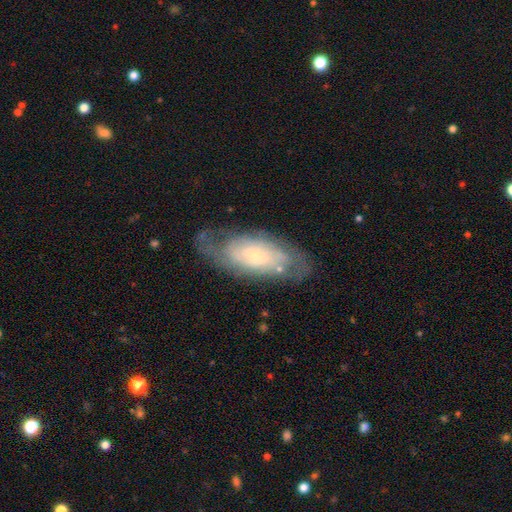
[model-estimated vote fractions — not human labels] featured or disk 67%, smooth 26%, star or artifact 7%. Down the decision tree: edge-on disk — no (90%); bar — no (76%); spiral arms — yes (78%); bulge size — small (73%); merging — none (63%).